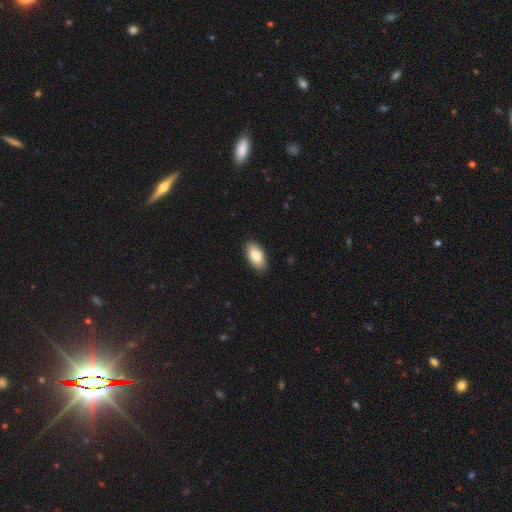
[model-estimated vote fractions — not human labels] A smooth galaxy with no disk features (85%) that is in between round and cigar-shaped (94%). Merging: none (89%).